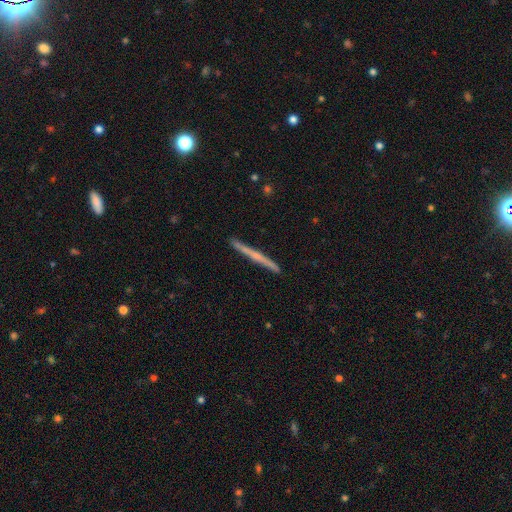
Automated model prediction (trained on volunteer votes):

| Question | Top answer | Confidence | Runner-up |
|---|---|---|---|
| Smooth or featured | featured or disk | 63% | smooth (32%) |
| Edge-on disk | yes | 98% | no (2%) |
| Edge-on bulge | none | 56% | rounded (36%) |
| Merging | none | 92% | minor disturbance (6%) |